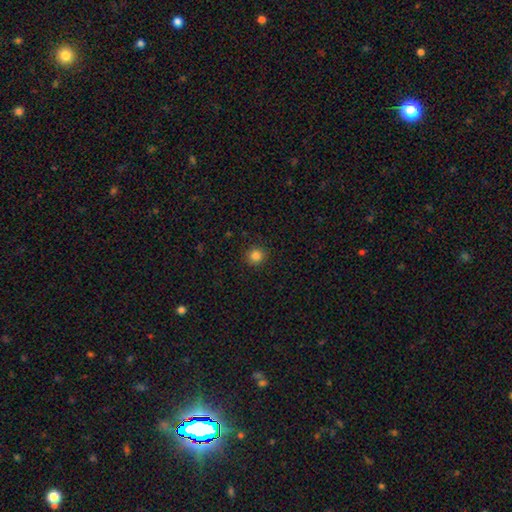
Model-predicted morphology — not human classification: type=smooth (84%); roundness=round (93%); merging=none (91%).